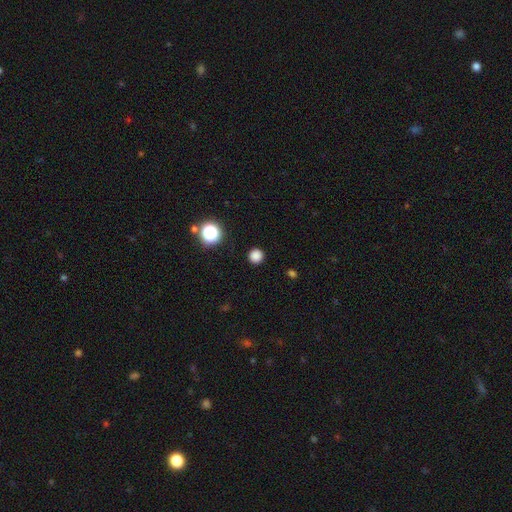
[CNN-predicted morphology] smooth 83%, star or artifact 14%, featured or disk 3%. Down the decision tree: how rounded — round (95%); merging — none (91%).